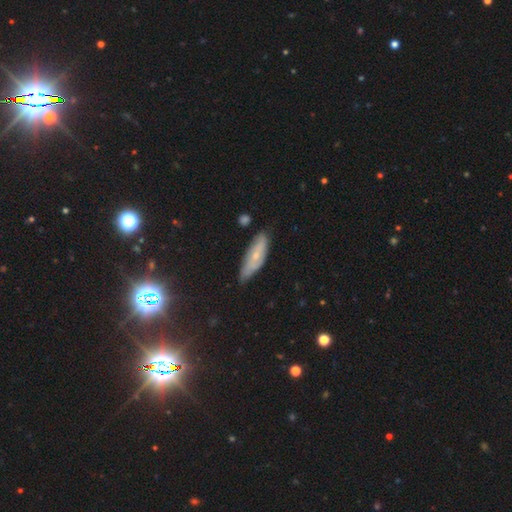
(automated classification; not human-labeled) A smooth galaxy with no disk features (47%).

Vote fractions:
- Smooth or featured? smooth: 47% / featured or disk: 44% / star or artifact: 9%
- Merging? none: 62% / minor disturbance: 30% / major disturbance: 5% / merger: 2%